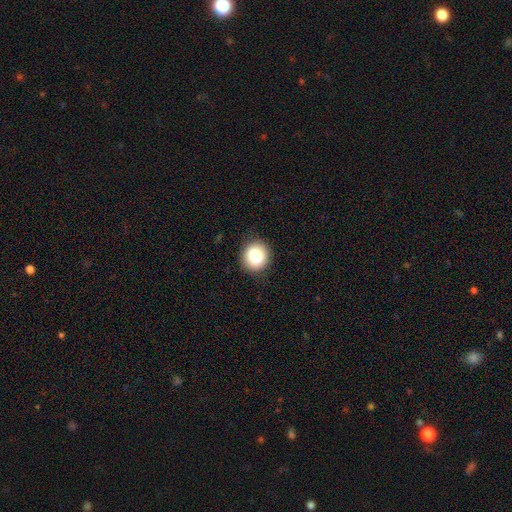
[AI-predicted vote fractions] smooth 83%, star or artifact 9%, featured or disk 8%. Down the decision tree: how rounded — round (81%); merging — none (88%).